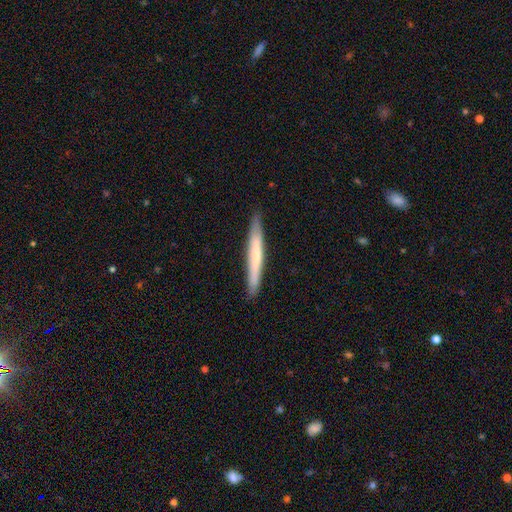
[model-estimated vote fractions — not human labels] A smooth galaxy with no disk features (57%) that is cigar-shaped (96%). Merging: none (90%).